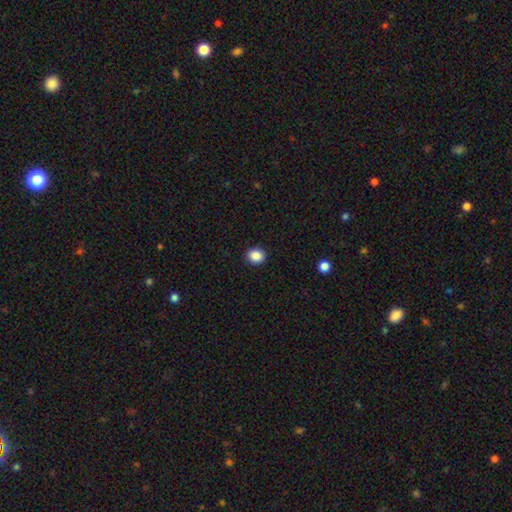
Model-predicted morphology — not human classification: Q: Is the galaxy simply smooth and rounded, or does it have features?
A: smooth — 88%.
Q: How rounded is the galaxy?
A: round — 72%.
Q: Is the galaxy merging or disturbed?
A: none — 92%.